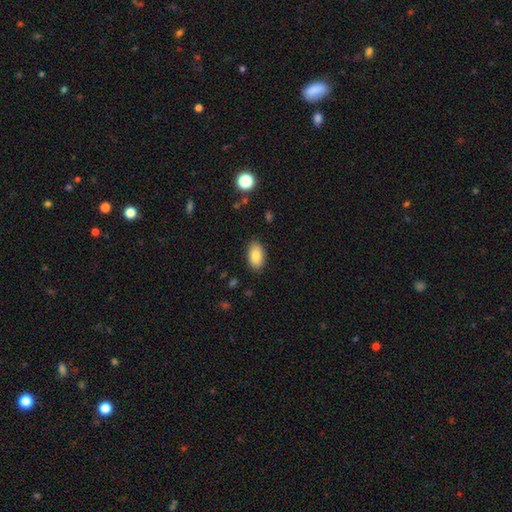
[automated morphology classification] Smooth or featured?
  - smooth: 84% *
  - featured or disk: 9%
  - star or artifact: 8%
How rounded?
  - in between: 92% *
  - round: 6%
  - cigar-shaped: 2%
Merging?
  - none: 86% *
  - minor disturbance: 10%
  - major disturbance: 2%
  - merger: 1%